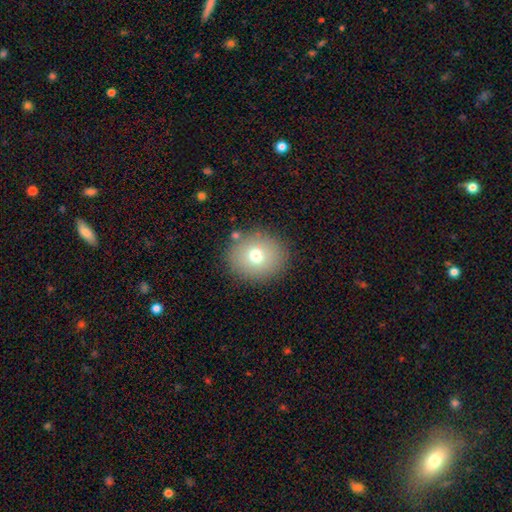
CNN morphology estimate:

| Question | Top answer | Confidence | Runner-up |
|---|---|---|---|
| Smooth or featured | smooth | 72% | featured or disk (15%) |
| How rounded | round | 79% | in between (20%) |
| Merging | none | 86% | minor disturbance (8%) |